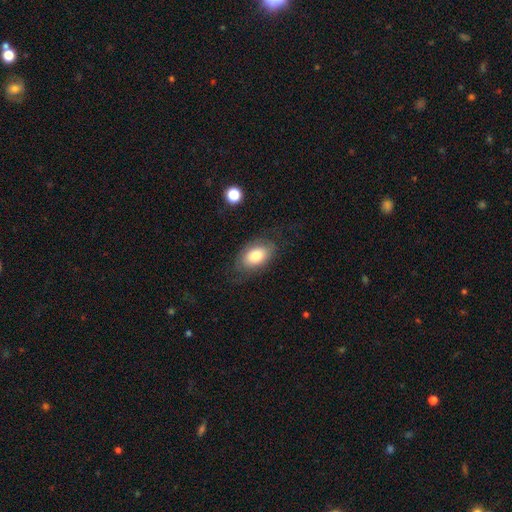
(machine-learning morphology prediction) Q: Smooth or featured?
A: smooth (73%); runner-up: featured or disk (20%)
Q: How rounded?
A: in between (92%); runner-up: round (6%)
Q: Merging?
A: none (71%); runner-up: minor disturbance (18%)